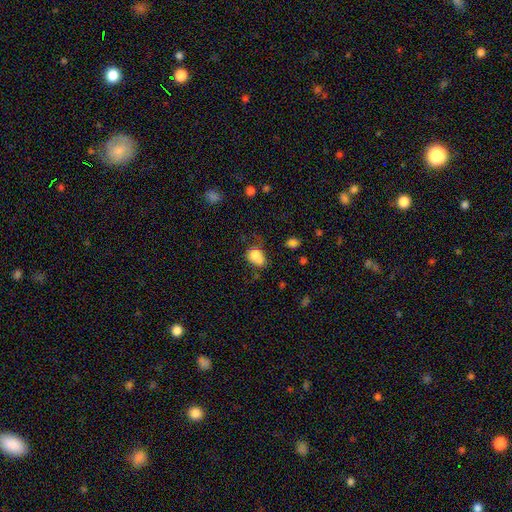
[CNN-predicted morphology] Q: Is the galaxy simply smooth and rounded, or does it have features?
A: smooth — 79%.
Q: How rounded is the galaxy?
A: in between — 54%.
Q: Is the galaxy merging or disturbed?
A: none — 40%.